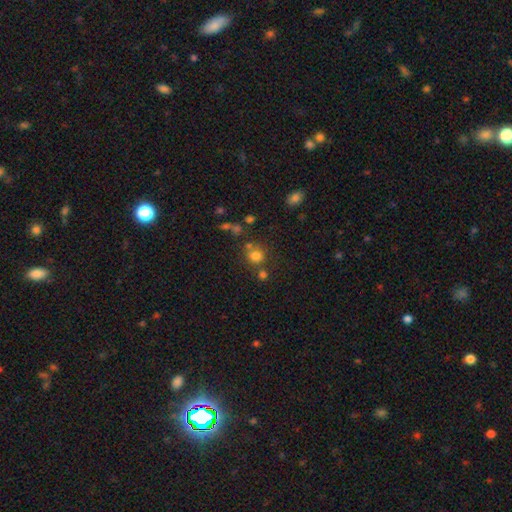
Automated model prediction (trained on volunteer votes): smooth_or_featured: smooth (p=0.75) [alt: star or artifact p=0.16]
how_rounded: round (p=0.86) [alt: in between p=0.13]
merging: none (p=0.65) [alt: merger p=0.20]